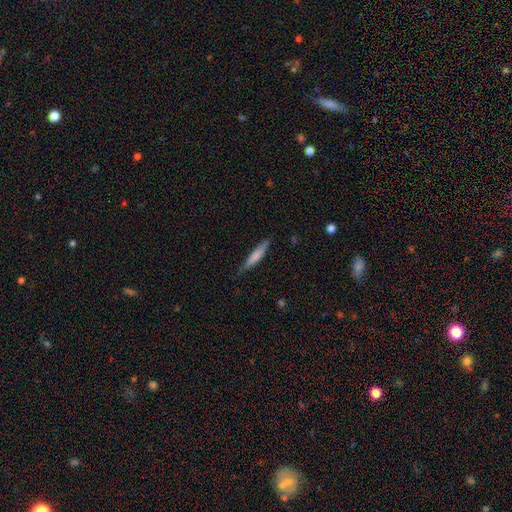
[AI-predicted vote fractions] A smooth galaxy with no disk features (68%) that is cigar-shaped (88%).

Vote fractions:
- Smooth or featured? smooth: 68% / featured or disk: 27% / star or artifact: 6%
- How rounded? cigar-shaped: 88% / in between: 10% / round: 1%
- Merging? none: 76% / minor disturbance: 20% / major disturbance: 3% / merger: 1%